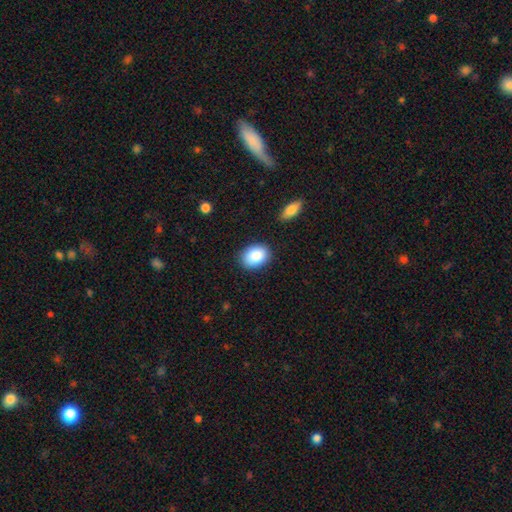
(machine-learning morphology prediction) This is clearly a smooth galaxy (88%). How rounded: likely in between (74%). Merging: clearly none (85%).